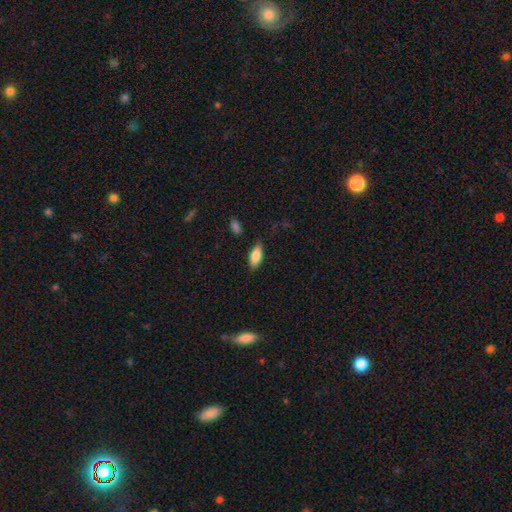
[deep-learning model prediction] Overall: smooth (83%). How rounded: in between (82%). Merging: none (82%).